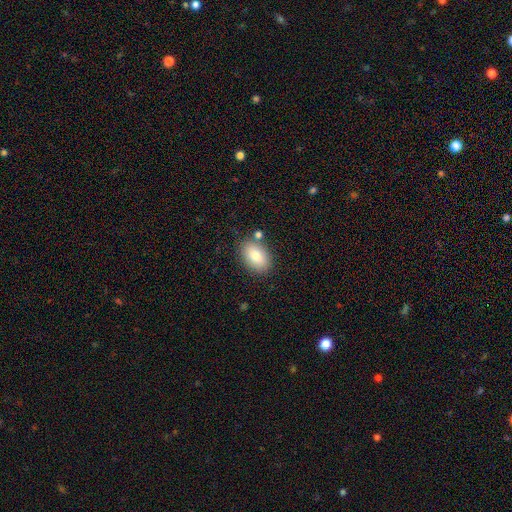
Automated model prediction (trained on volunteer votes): The model was most divided on "merging": none: 80%, minor disturbance: 11%, merger: 6%, major disturbance: 3%. More confident: how rounded — in between (87%); smooth or featured — smooth (80%).